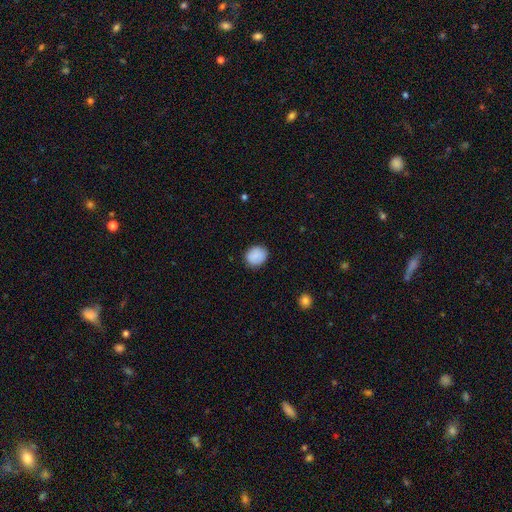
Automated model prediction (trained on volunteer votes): Smooth or featured? Predicted: smooth (p=0.87). How rounded? Predicted: round (p=0.67). Merging? Predicted: none (p=0.86).